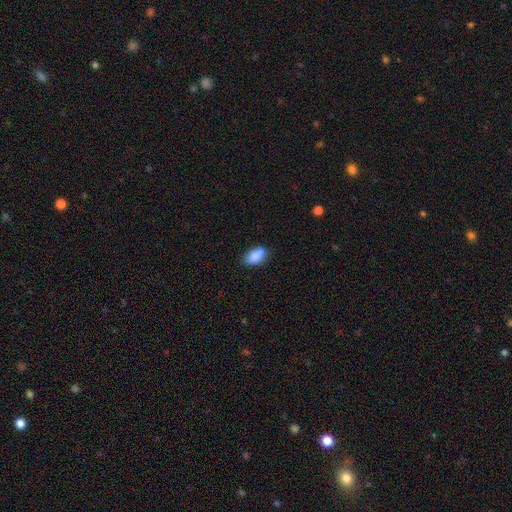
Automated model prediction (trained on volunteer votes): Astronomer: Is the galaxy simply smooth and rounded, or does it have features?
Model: smooth — 85%.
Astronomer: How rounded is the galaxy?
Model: in between — 90%.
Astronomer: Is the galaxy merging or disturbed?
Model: none — 67%.